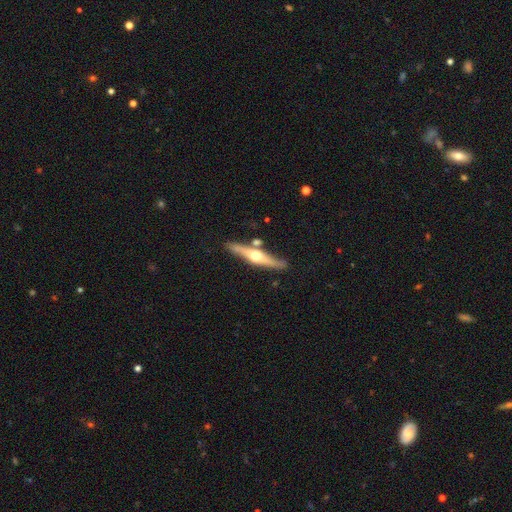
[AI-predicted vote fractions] This is likely a featured or disk galaxy (69%). It is clearly viewed edge-on (94%). Edge-on bulge: clearly rounded (95%). Merging: likely none (78%).